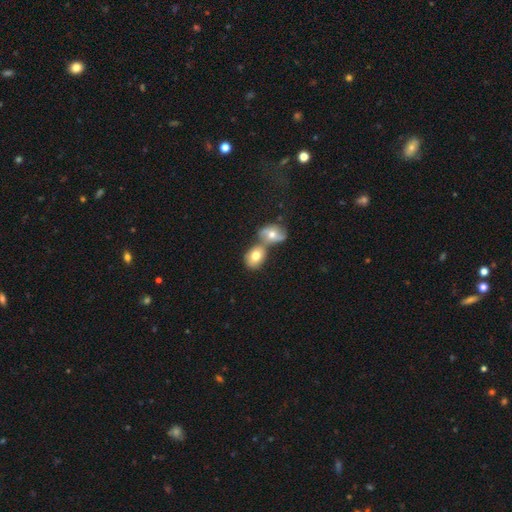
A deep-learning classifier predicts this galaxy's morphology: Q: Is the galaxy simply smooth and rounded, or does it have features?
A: smooth — 73%.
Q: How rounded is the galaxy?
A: in between — 61%.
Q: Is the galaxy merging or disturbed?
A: merger — 53%.